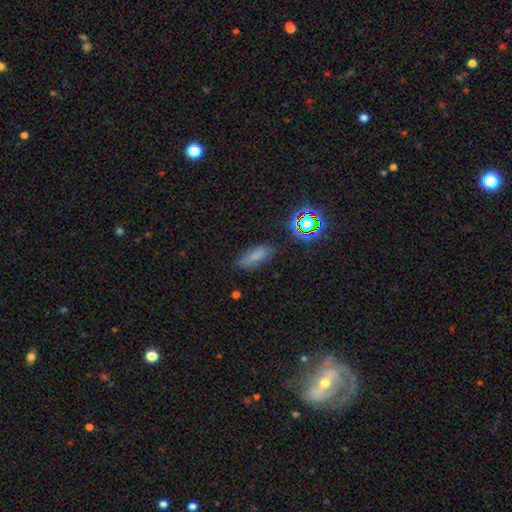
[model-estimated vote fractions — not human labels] Morphology: type=smooth (72%); roundness=in between (69%); merging=none (75%).